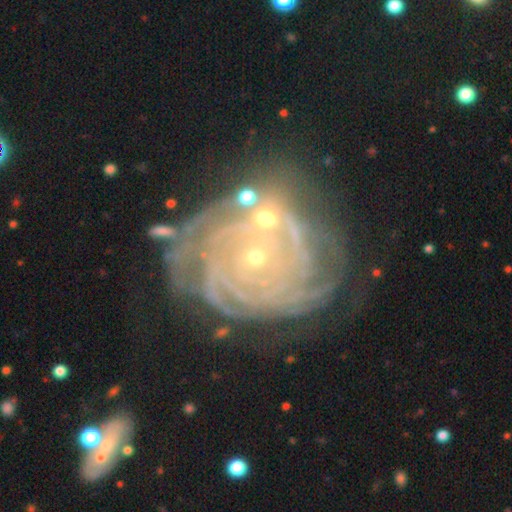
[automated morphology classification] Smooth or featured: featured or disk — 85% (star or artifact — 9%)
Edge-on disk: no — 97% (yes — 3%)
Bar: no — 75% (weak — 18%)
Spiral arms: yes — 96% (no — 4%)
Spiral winding: tight — 82% (medium — 15%)
Spiral arm count: can't tell — 28% (more than 4 — 21%)
Bulge size: small — 83% (moderate — 13%)
Merging: none — 62% (minor disturbance — 19%)